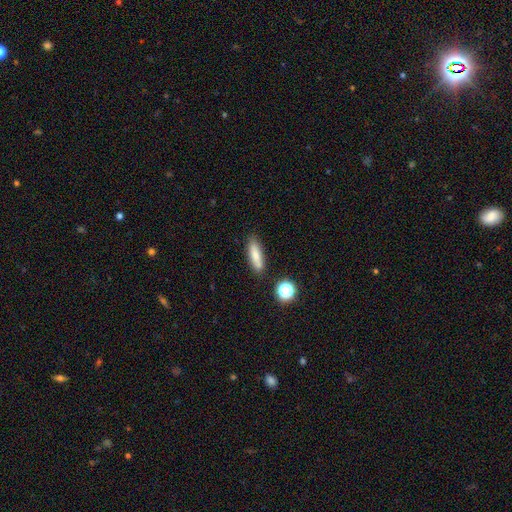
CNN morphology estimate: A smooth galaxy with no disk features (76%) that is cigar-shaped (61%).

Vote fractions:
- Smooth or featured? smooth: 76% / featured or disk: 14% / star or artifact: 10%
- How rounded? cigar-shaped: 61% / in between: 35% / round: 4%
- Merging? none: 75% / minor disturbance: 13% / merger: 8% / major disturbance: 3%